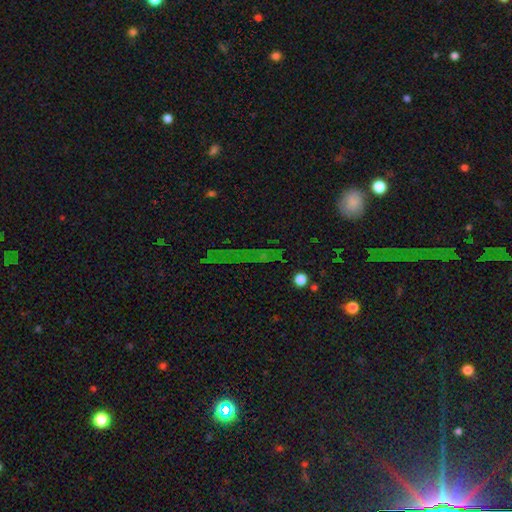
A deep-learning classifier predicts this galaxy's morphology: A star or artifact, not a galaxy (68%).